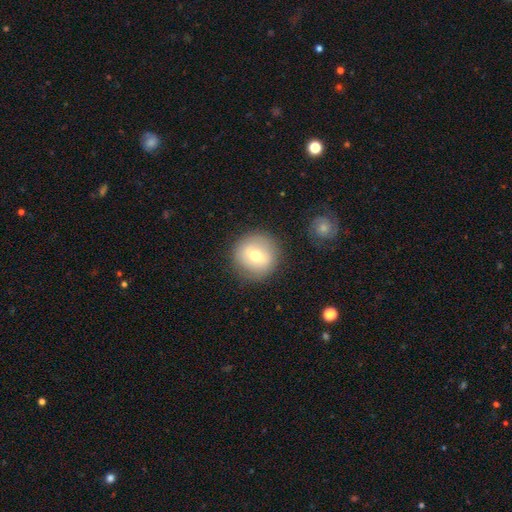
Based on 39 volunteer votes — Overall: smooth (67%; featured or disk 28%). How rounded: round (96%). Merging: none (86%).